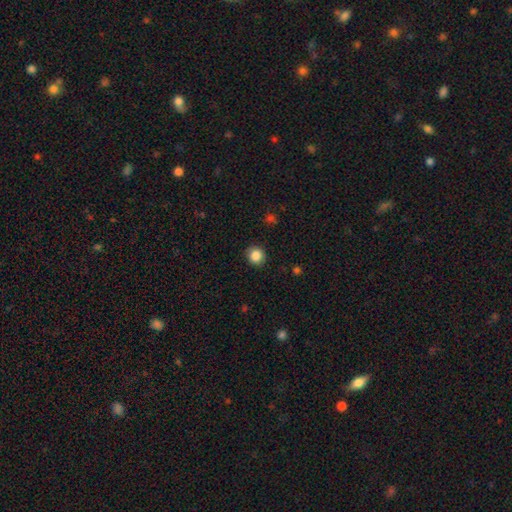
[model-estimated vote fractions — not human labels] A smooth galaxy with no disk features (86%) that is round (91%). Merging: none (90%).